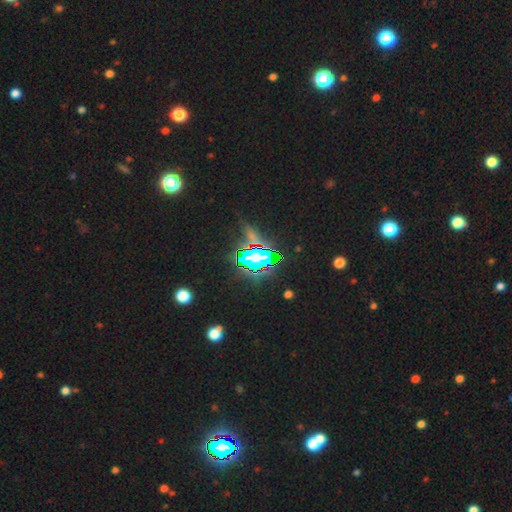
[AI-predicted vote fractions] A star or artifact, not a galaxy (75%).